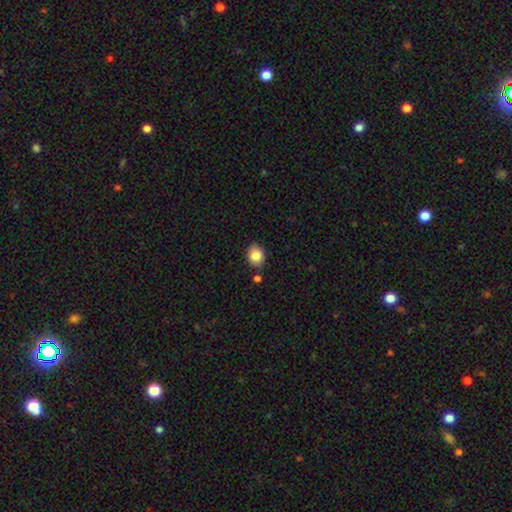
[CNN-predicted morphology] Smooth or featured? Predicted: smooth (p=0.84). How rounded? Predicted: round (p=0.54). Merging? Predicted: none (p=0.79).